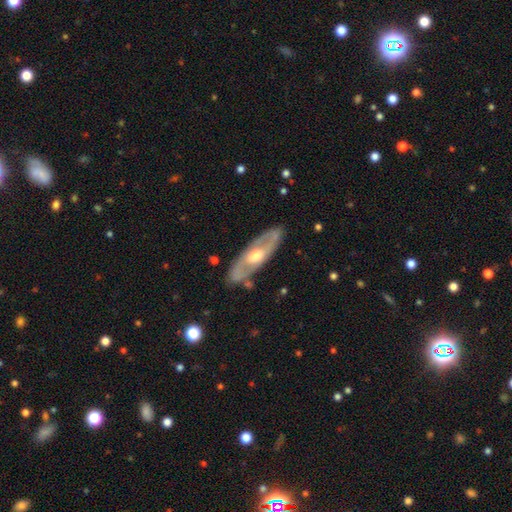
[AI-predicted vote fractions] Smooth or featured? Predicted: featured or disk (p=0.70). Edge-on disk? Predicted: no (p=0.73). Bar? Predicted: no (p=0.60). Spiral arms? Predicted: yes (p=0.51). Bulge size? Predicted: moderate (p=0.72). Merging? Predicted: none (p=0.82).